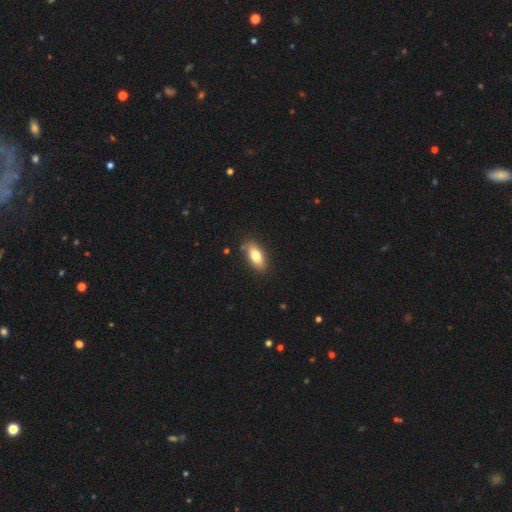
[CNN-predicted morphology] Smooth or featured? smooth (78%)
How rounded? in between (86%)
Merging? none (83%)